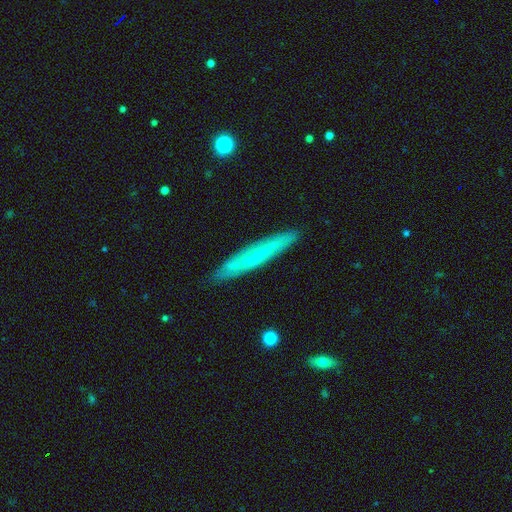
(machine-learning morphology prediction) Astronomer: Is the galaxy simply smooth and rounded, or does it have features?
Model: featured or disk — 50% (runner-up: smooth, 44%).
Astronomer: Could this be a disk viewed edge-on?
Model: yes — 83%.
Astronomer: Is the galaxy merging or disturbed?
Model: none — 89%.